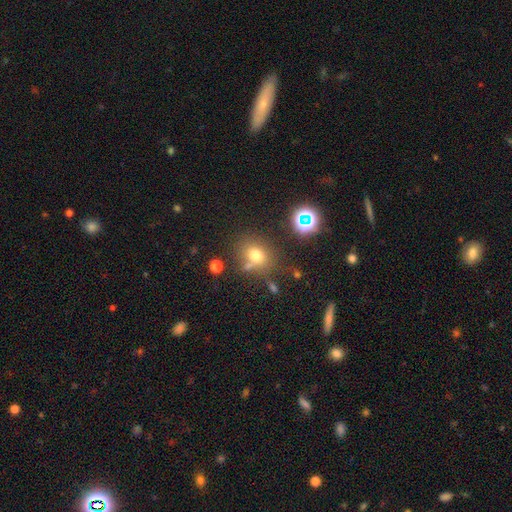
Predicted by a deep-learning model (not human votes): This is likely a smooth galaxy (70%). How rounded: possibly round (59%). Merging: likely none (64%).